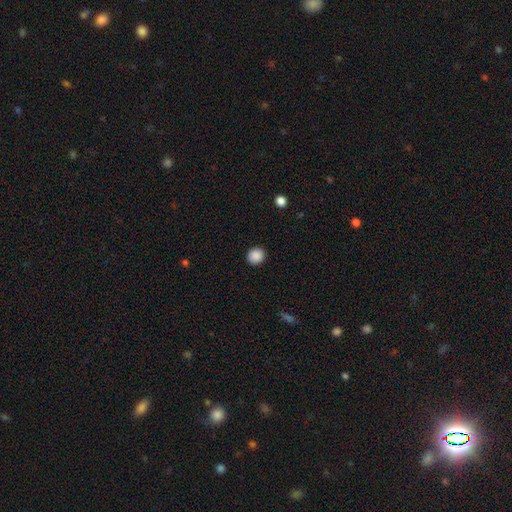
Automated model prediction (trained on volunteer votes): The model was most divided on "how rounded": round: 86%, in between: 13%, cigar-shaped: 1%. More confident: merging — none (91%); smooth or featured — smooth (88%).